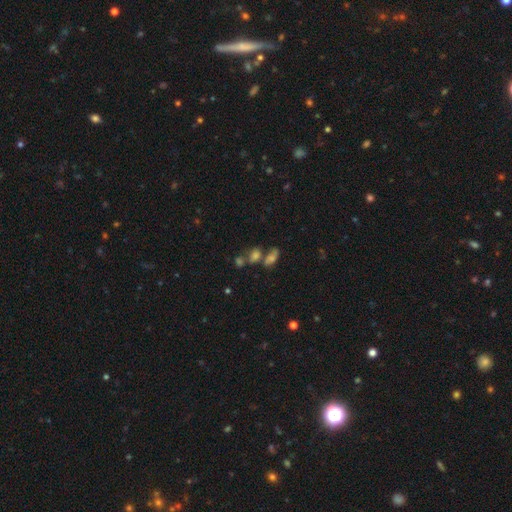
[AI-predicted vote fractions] Smooth or featured?
  - smooth: 51% *
  - star or artifact: 28%
  - featured or disk: 21%
How rounded?
  - in between: 69% *
  - round: 22%
  - cigar-shaped: 9%
Merging?
  - merger: 43% *
  - none: 39%
  - minor disturbance: 10%
  - major disturbance: 7%